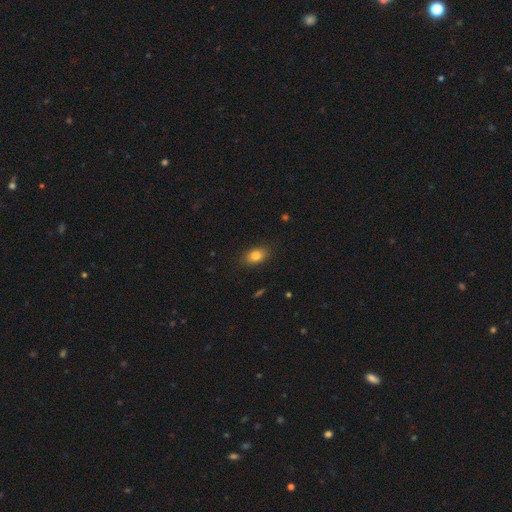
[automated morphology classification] This appears to be a smooth galaxy with no disk features (82%) that is in between round and cigar-shaped (83%). Merging: none (85%).